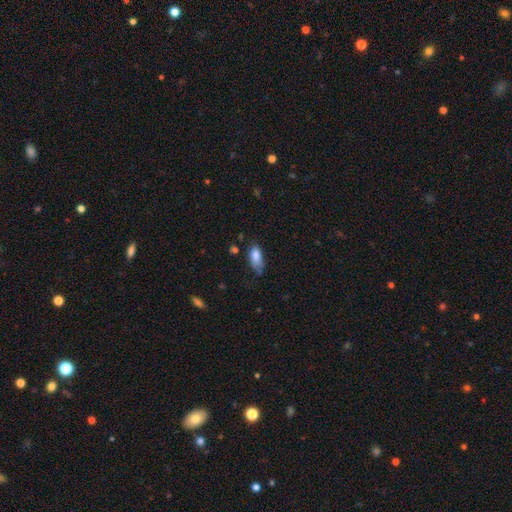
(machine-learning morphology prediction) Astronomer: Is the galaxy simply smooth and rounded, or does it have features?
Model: smooth — 83%.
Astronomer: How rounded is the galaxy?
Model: in between — 88%.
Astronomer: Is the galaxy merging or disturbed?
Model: none — 54% (runner-up: minor disturbance, 33%).